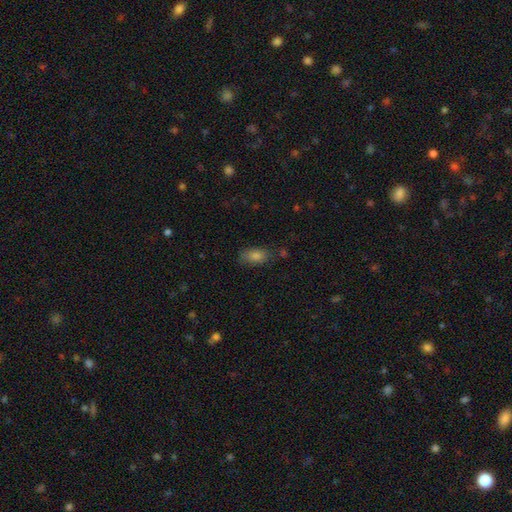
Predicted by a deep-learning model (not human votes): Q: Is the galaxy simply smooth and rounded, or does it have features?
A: smooth — 75%.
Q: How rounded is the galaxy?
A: in between — 85%.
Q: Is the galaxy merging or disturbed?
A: none — 77%.